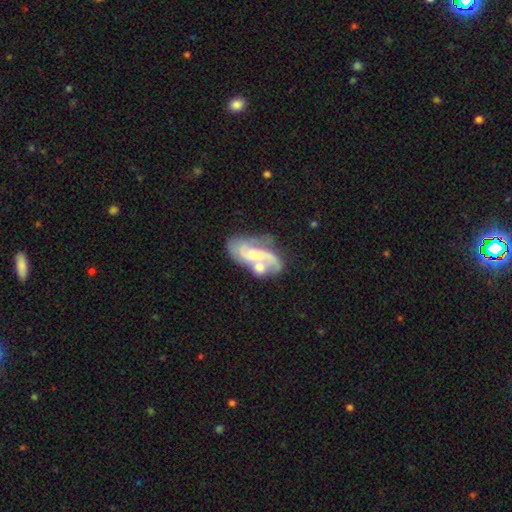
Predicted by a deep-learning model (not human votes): Morphology: type=featured or disk (72%); edge-on=no (95%); bar=no (50%); spiral arms=yes (83%); winding=medium (42%); arm count=2 (61%); bulge=moderate (38%); merging=none (35%).